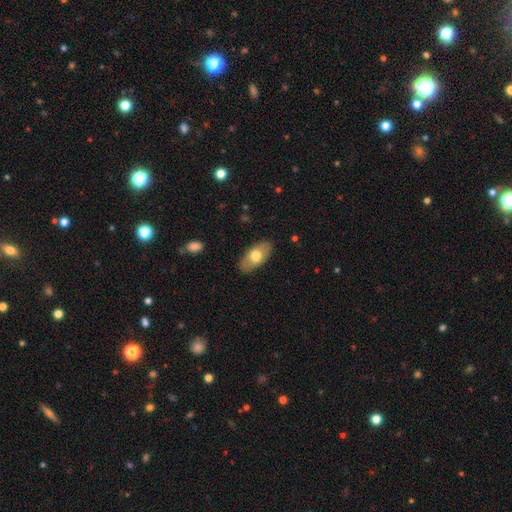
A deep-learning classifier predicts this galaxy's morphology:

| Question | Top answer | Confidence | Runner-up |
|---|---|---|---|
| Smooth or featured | smooth | 68% | featured or disk (26%) |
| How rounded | in between | 93% | cigar-shaped (4%) |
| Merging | none | 86% | minor disturbance (11%) |